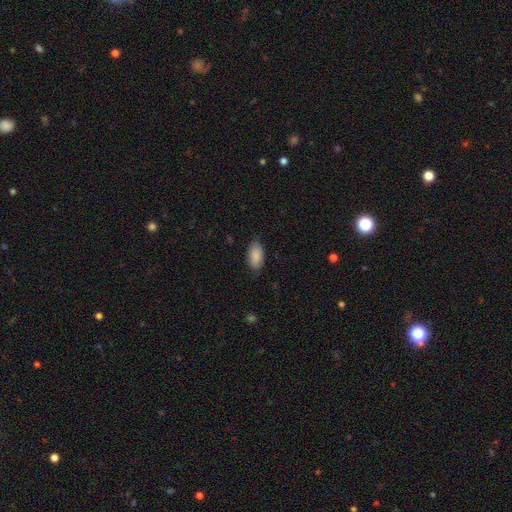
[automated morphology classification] type=smooth (88%); roundness=in between (94%); merging=none (83%).